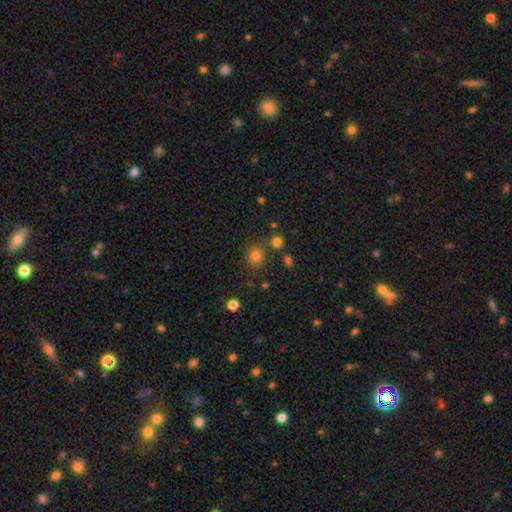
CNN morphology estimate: A smooth galaxy with no disk features (79%) that is round (74%). Merging: none (75%).